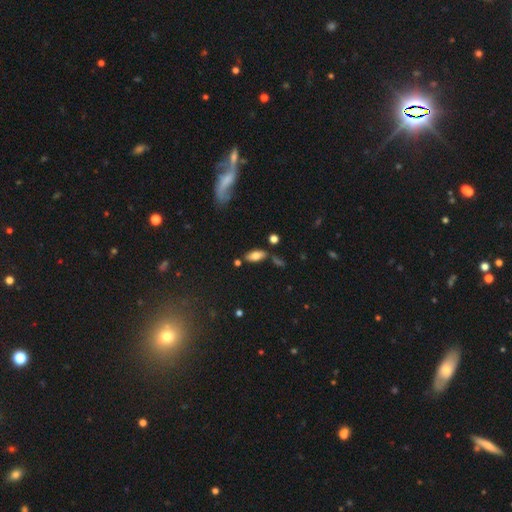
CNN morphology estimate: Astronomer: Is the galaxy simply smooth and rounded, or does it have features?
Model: smooth — 74%.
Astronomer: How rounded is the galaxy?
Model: in between — 85%.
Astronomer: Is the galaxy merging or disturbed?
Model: none — 71%.